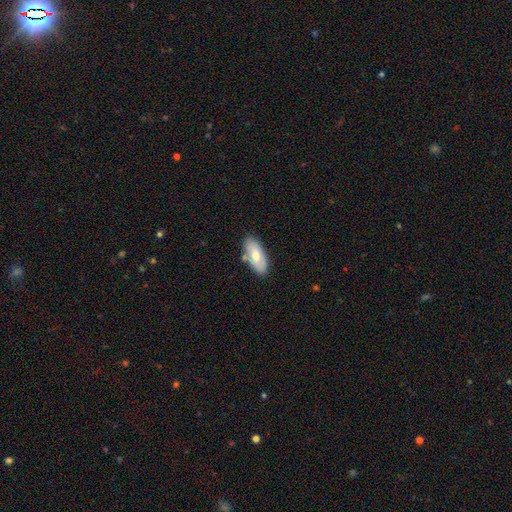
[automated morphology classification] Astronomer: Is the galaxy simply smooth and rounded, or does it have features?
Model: smooth — 63%.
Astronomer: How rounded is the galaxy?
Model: in between — 88%.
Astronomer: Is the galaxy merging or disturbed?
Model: none — 80%.